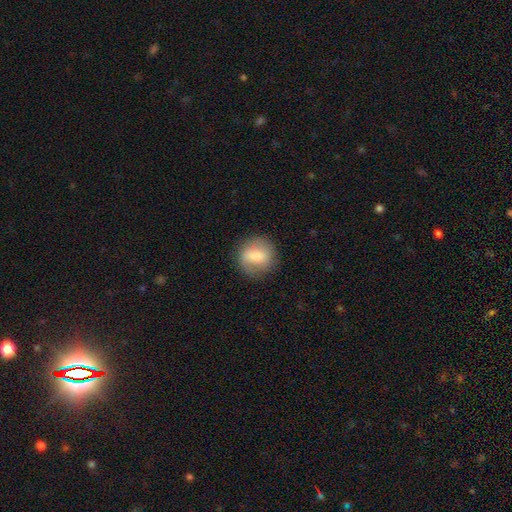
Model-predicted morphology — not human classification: A smooth galaxy with no disk features (60%) that is round (88%).

Vote fractions:
- Smooth or featured? smooth: 60% / featured or disk: 33% / star or artifact: 8%
- How rounded? round: 88% / in between: 11% / cigar-shaped: 1%
- Merging? none: 84% / minor disturbance: 11% / major disturbance: 4% / merger: 1%